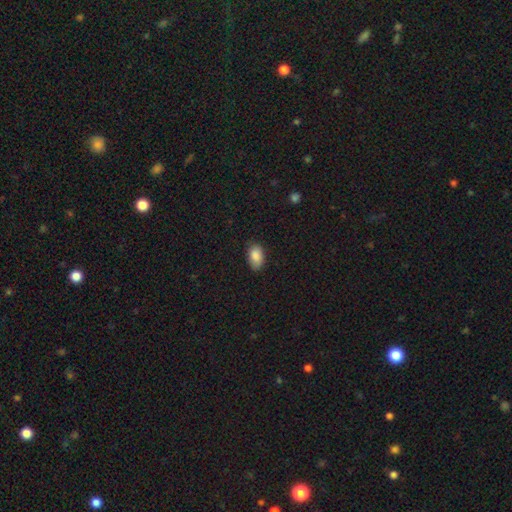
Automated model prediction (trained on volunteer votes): A smooth galaxy with no disk features (88%) that is in between round and cigar-shaped (91%). Merging: none (77%).